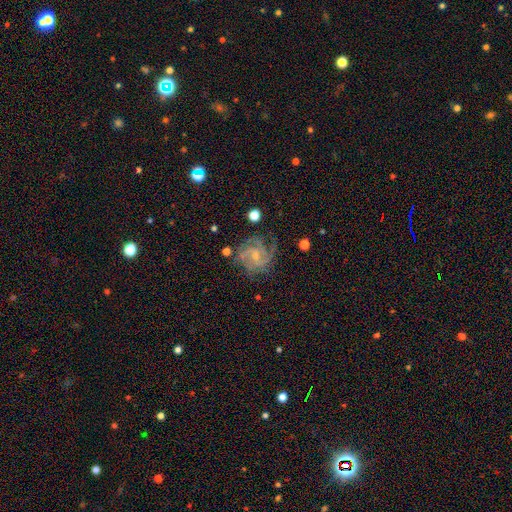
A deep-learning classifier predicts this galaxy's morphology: Q: Smooth or featured?
A: featured or disk (87%); runner-up: star or artifact (7%)
Q: Edge-on disk?
A: no (98%); runner-up: yes (2%)
Q: Bar?
A: no (56%); runner-up: weak (37%)
Q: Spiral arms?
A: yes (97%); runner-up: no (3%)
Q: Spiral winding?
A: tight (51%); runner-up: medium (41%)
Q: Spiral arm count?
A: 3 (37%); runner-up: can't tell (17%)
Q: Bulge size?
A: small (71%); runner-up: moderate (23%)
Q: Merging?
A: none (69%); runner-up: minor disturbance (19%)